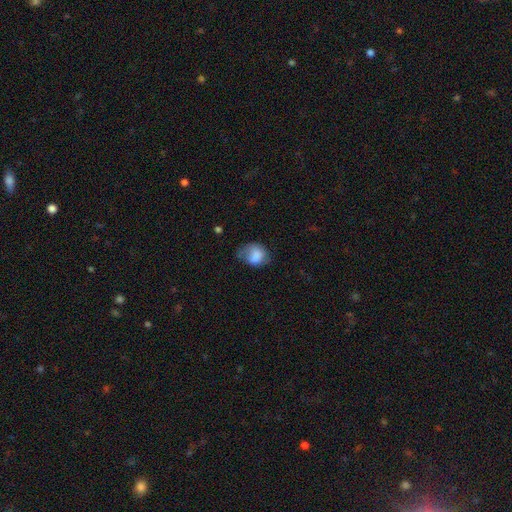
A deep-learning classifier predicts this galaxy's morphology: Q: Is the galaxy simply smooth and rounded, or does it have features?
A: smooth — 77%.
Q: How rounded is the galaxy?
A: in between — 51%.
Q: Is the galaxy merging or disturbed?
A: none — 37%.